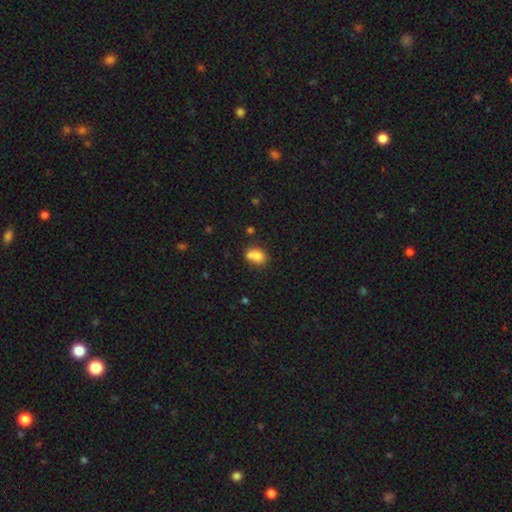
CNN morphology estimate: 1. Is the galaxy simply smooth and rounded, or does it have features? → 75% smooth, 15% featured or disk, 10% star or artifact.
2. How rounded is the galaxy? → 59% in between, 40% round, 1% cigar-shaped.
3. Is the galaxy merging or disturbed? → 46% merger, 36% none, 13% minor disturbance, 5% major disturbance.